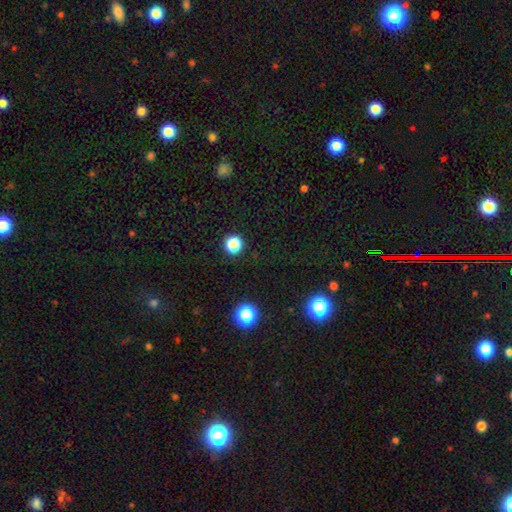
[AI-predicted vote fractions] star or artifact 66%, smooth 26%, featured or disk 9%.